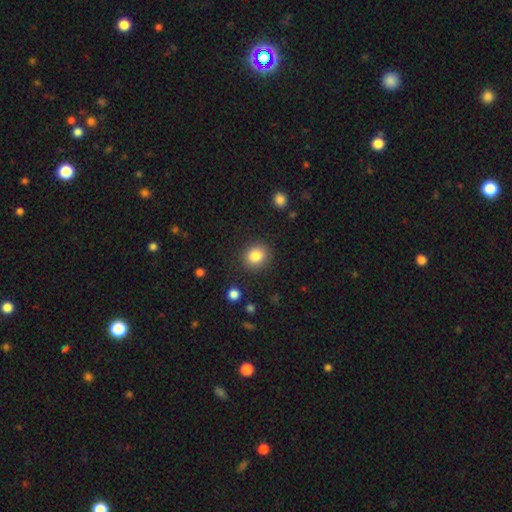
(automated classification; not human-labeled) This is clearly a smooth galaxy (84%). How rounded: likely round (78%). Merging: clearly none (88%).